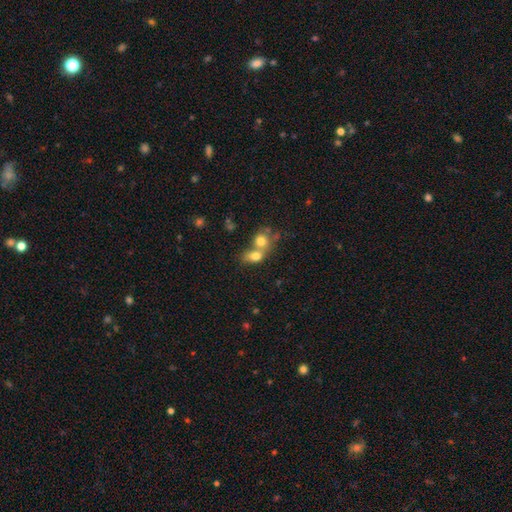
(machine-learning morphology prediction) Smooth or featured? Predicted: smooth (p=0.74). How rounded? Predicted: in between (p=0.53). Merging? Predicted: merger (p=0.67).